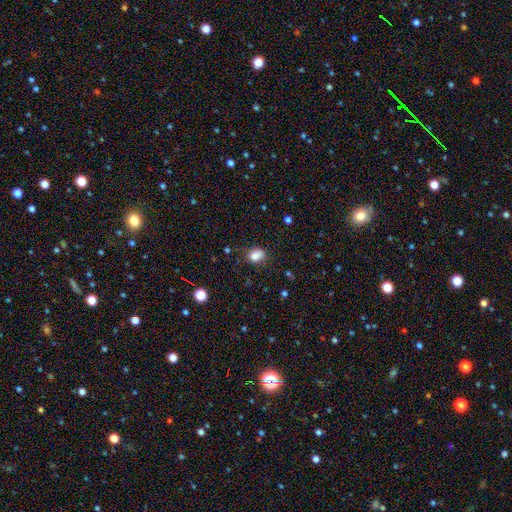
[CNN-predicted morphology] This is clearly a smooth galaxy (85%). How rounded: likely in between (70%). Merging: likely none (75%).